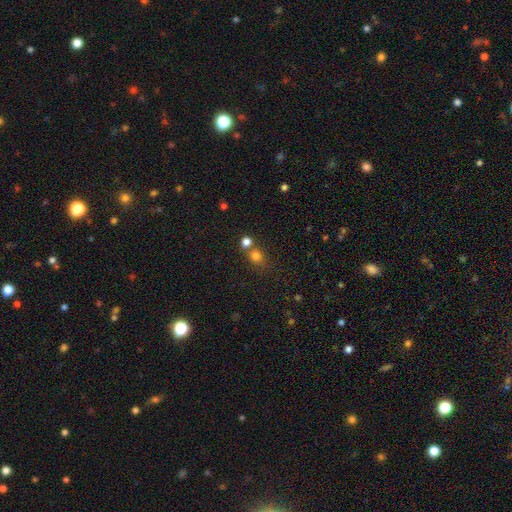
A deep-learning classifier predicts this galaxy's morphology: The model was most divided on "merging": none: 58%, merger: 30%, minor disturbance: 9%, major disturbance: 4%. More confident: how rounded — round (80%); smooth or featured — smooth (77%).